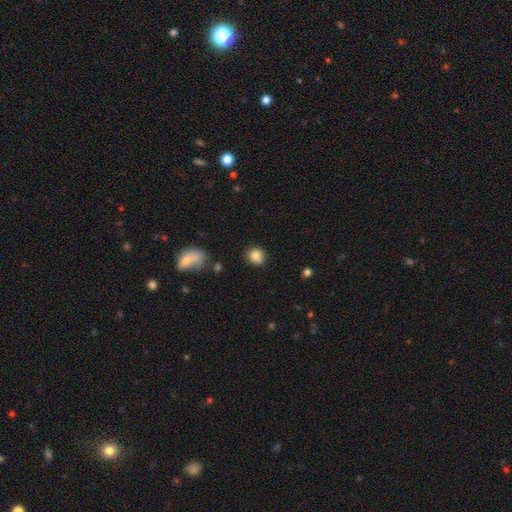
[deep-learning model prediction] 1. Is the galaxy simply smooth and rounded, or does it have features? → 80% smooth, 11% star or artifact, 9% featured or disk.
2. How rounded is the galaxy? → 81% round, 18% in between, 1% cigar-shaped.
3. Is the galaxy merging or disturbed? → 69% none, 17% minor disturbance, 10% merger, 4% major disturbance.